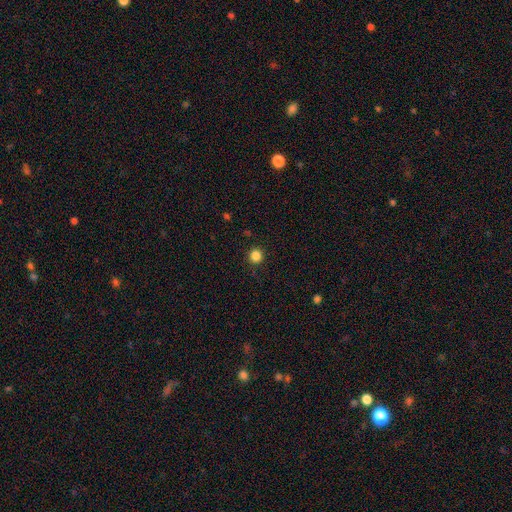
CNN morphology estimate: Smooth or featured? smooth (85%)
How rounded? round (95%)
Merging? none (92%)